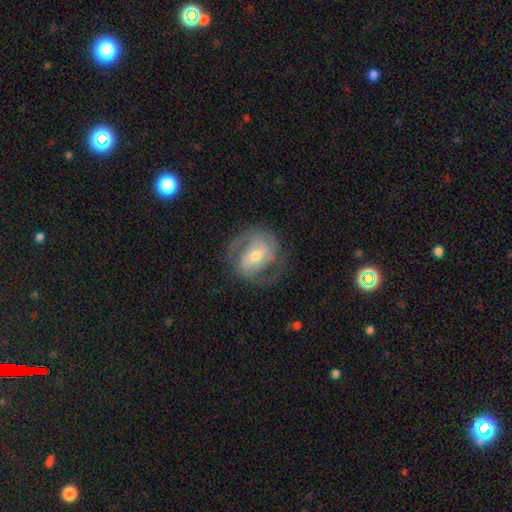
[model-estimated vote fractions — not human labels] Q: Smooth or featured?
A: featured or disk (79%); runner-up: smooth (16%)
Q: Edge-on disk?
A: no (97%); runner-up: yes (3%)
Q: Bar?
A: weak (43%); runner-up: no (32%)
Q: Spiral arms?
A: yes (90%); runner-up: no (10%)
Q: Spiral winding?
A: medium (47%); runner-up: tight (35%)
Q: Spiral arm count?
A: 2 (78%); runner-up: can't tell (11%)
Q: Bulge size?
A: moderate (58%); runner-up: small (36%)
Q: Merging?
A: none (67%); runner-up: minor disturbance (18%)